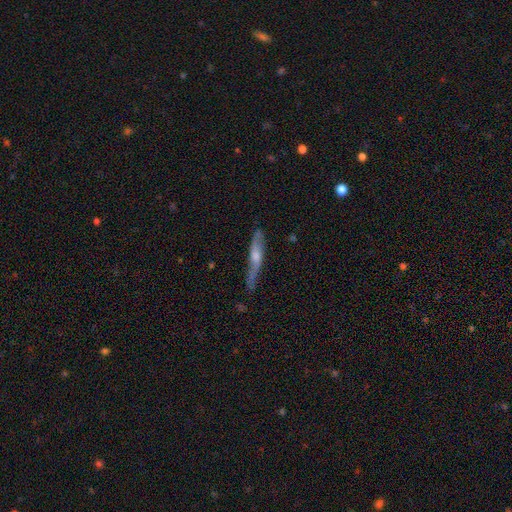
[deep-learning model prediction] This appears to be a featured or disk galaxy (64%) viewed edge-on (84%) with a rounded central bulge (73%). Merging: none (70%).